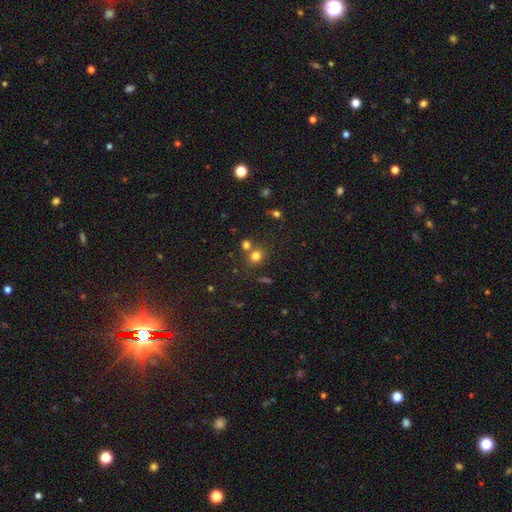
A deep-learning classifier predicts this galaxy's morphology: A smooth galaxy with no disk features (76%) that is round (76%).

Vote fractions:
- Smooth or featured? smooth: 76% / star or artifact: 17% / featured or disk: 7%
- How rounded? round: 76% / in between: 23% / cigar-shaped: 1%
- Merging? none: 64% / merger: 23% / minor disturbance: 9% / major disturbance: 4%